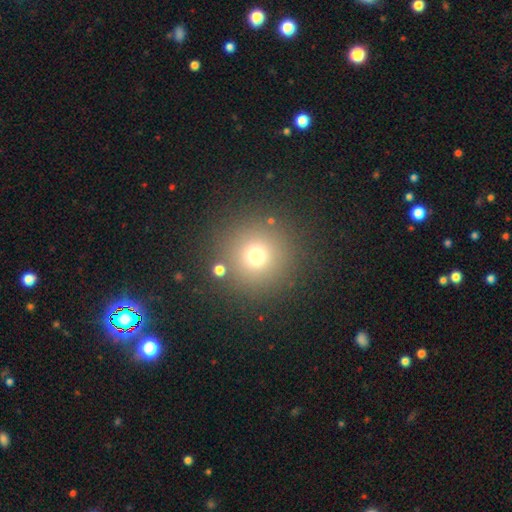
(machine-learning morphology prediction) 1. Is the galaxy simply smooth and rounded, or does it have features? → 71% smooth, 20% star or artifact, 9% featured or disk.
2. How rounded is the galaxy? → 96% round, 3% in between, 1% cigar-shaped.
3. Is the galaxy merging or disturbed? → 86% none, 7% minor disturbance, 4% merger, 4% major disturbance.